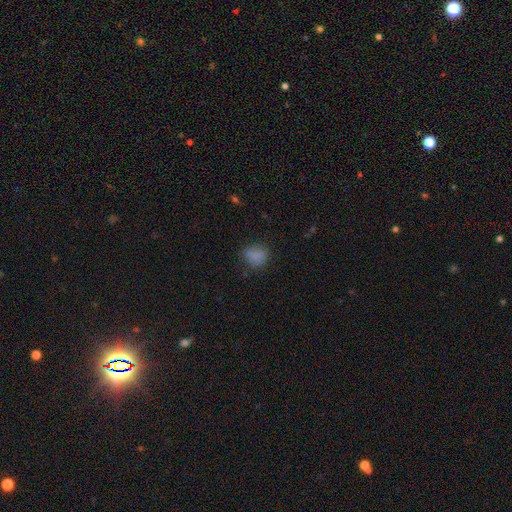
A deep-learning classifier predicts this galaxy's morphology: A smooth galaxy with no disk features (82%) that is round (54%).

Vote fractions:
- Smooth or featured? smooth: 82% / star or artifact: 12% / featured or disk: 6%
- How rounded? round: 54% / in between: 44% / cigar-shaped: 1%
- Merging? none: 69% / minor disturbance: 22% / major disturbance: 7% / merger: 2%